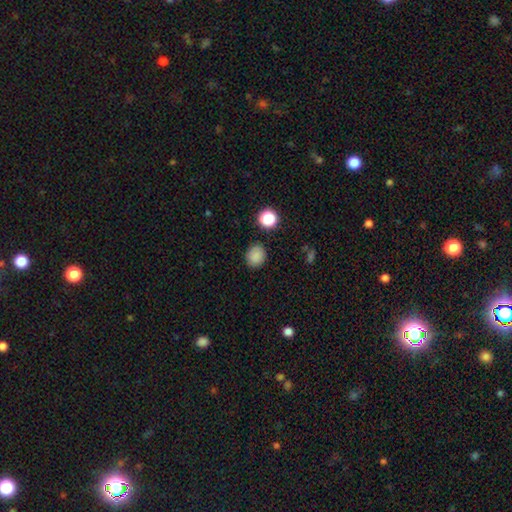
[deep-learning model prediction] smooth_or_featured: smooth (p=0.84) [alt: star or artifact p=0.12]
how_rounded: round (p=0.75) [alt: in between p=0.25]
merging: none (p=0.86) [alt: minor disturbance p=0.09]